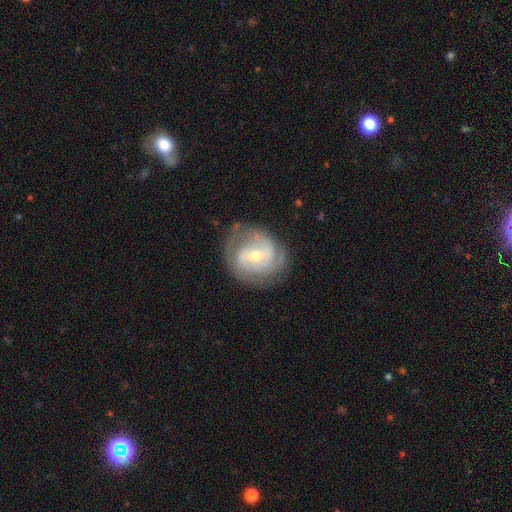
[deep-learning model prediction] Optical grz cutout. It shows a featured or disk galaxy (83%) with a weak bar (48%), 2 (43%) tight (54%) spiral arms (93%) and a moderate central bulge (55%). Merging: none (72%).